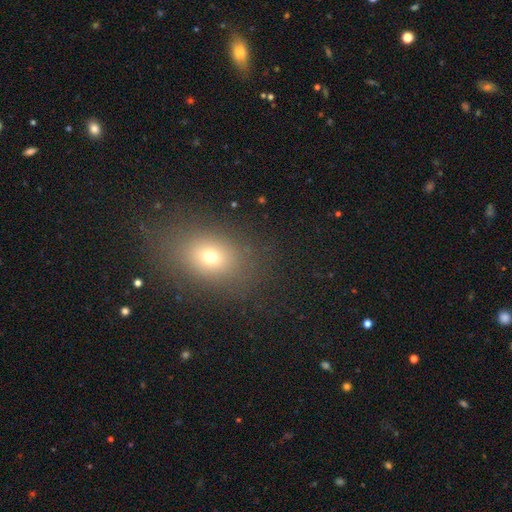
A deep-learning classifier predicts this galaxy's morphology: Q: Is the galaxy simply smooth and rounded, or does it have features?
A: smooth — 65%.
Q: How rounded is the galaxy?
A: in between — 64%.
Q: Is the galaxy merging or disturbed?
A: none — 85%.